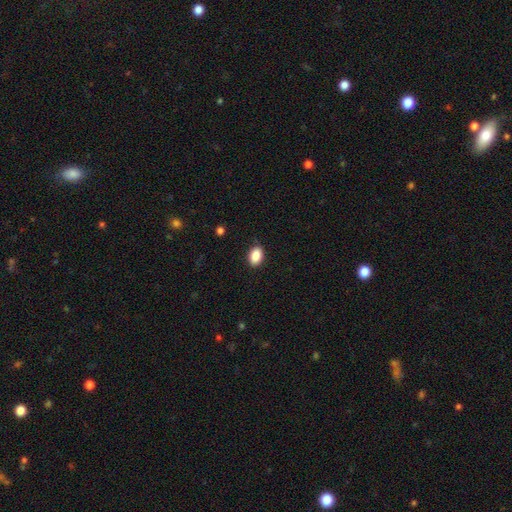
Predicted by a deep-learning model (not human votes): smooth 88%, star or artifact 8%, featured or disk 4%. Down the decision tree: how rounded — in between (85%); merging — none (89%).